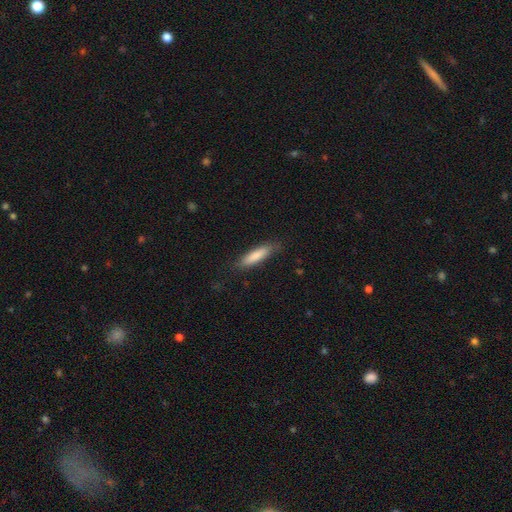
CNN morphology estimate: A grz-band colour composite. It shows a smooth galaxy with no disk features (83%) that is cigar-shaped (72%). Merging: none (81%).